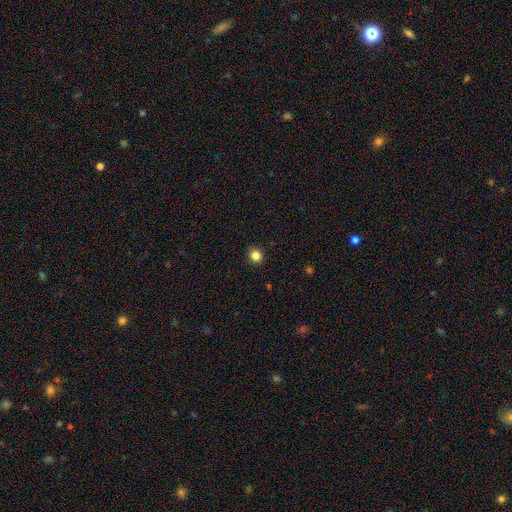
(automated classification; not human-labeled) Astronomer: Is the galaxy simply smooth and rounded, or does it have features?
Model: smooth — 84%.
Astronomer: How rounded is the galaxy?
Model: round — 86%.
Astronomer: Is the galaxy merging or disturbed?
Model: none — 92%.